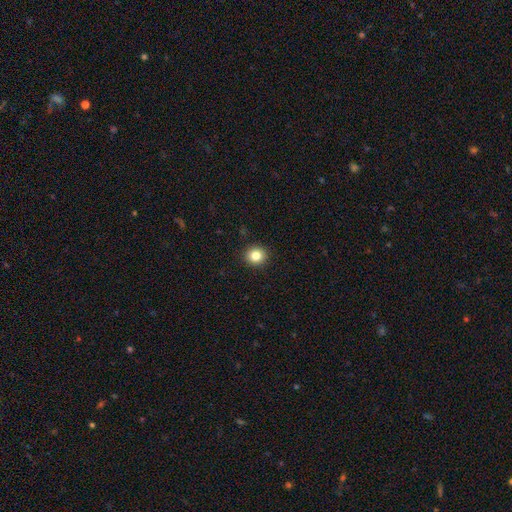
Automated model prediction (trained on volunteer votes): This appears to be a smooth galaxy with no disk features (84%) that is round (87%). Merging: none (92%).